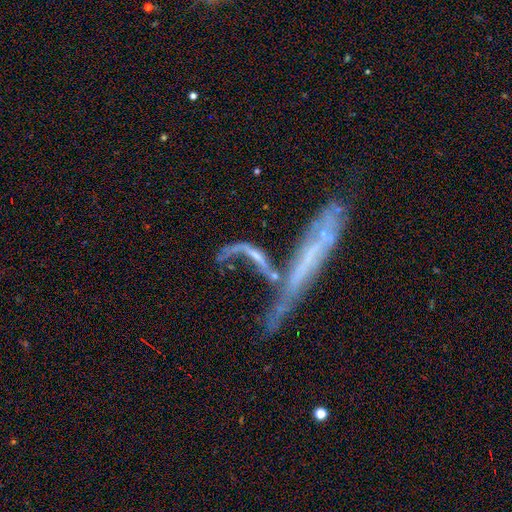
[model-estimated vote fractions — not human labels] smooth_or_featured: featured or disk (p=0.62) [alt: smooth p=0.24]
disk_edge_on: no (p=0.61) [alt: yes p=0.39]
merging: merger (p=0.46) [alt: major disturbance p=0.23]